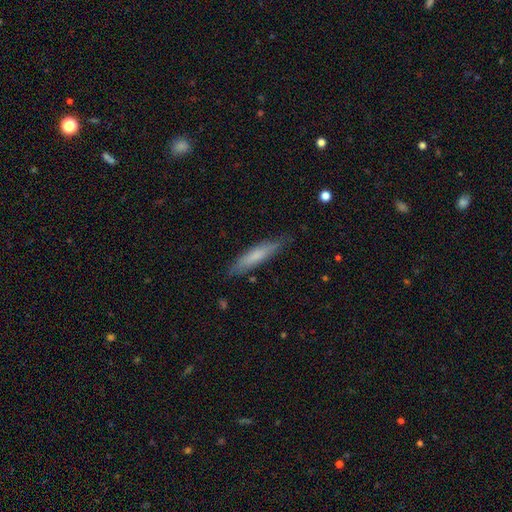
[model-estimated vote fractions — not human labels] Overall: smooth (69%). How rounded: cigar-shaped (85%). Merging: none (82%).